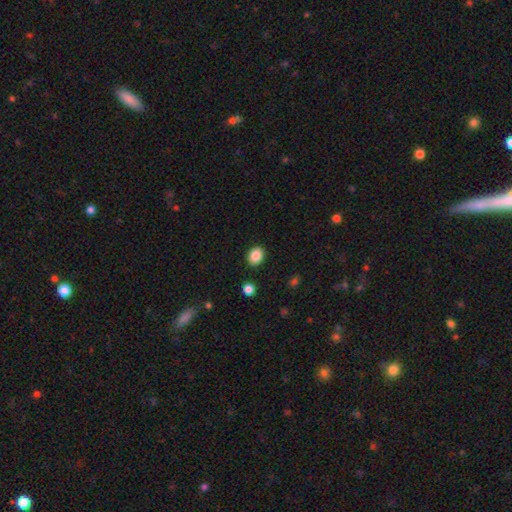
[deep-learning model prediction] A smooth galaxy with no disk features (87%) that is in between round and cigar-shaped (56%). Merging: none (90%).